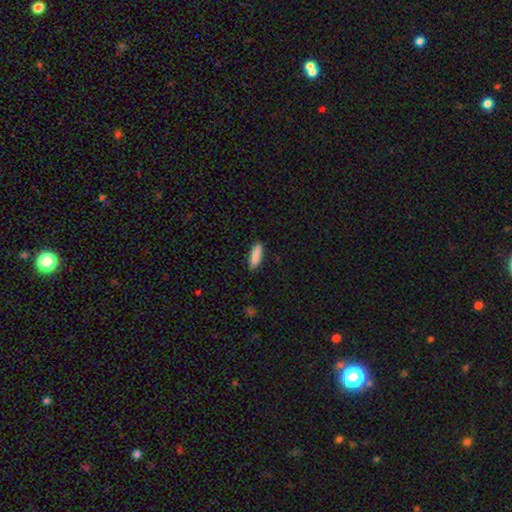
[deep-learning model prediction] This appears to be a smooth galaxy with no disk features (89%) that is cigar-shaped (57%). Merging: none (88%).